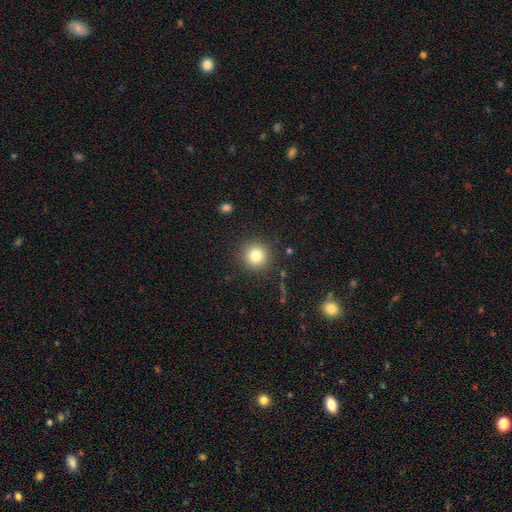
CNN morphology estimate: smooth-or-featured: smooth: 80% | star or artifact: 12% | featured or disk: 8%
  how-rounded: round: 94% | in between: 5% | cigar-shaped: 1%
  merging: none: 89% | minor disturbance: 7% | major disturbance: 3% | merger: 1%